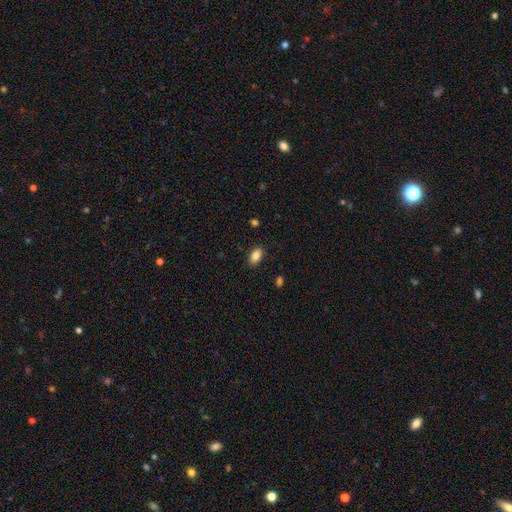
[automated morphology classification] This is clearly a smooth galaxy (87%). How rounded: clearly in between (92%). Merging: clearly none (87%).